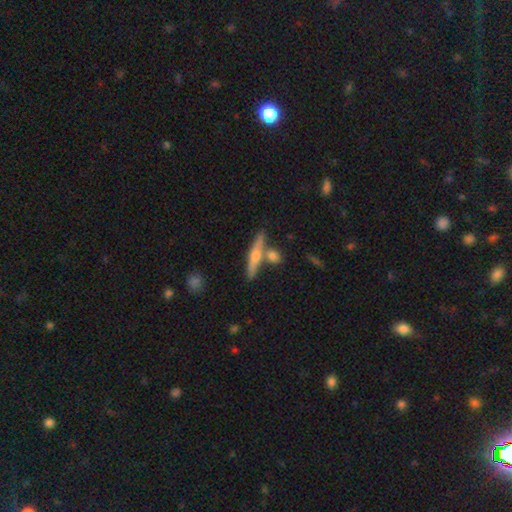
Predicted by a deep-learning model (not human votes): smooth-or-featured: featured or disk: 62% | smooth: 31% | star or artifact: 7%
  disk-edge-on: yes: 96% | no: 4%
    edge-on-bulge: rounded: 87% | none: 8% | boxy: 5%
  merging: none: 73% | merger: 15% | minor disturbance: 9% | major disturbance: 3%